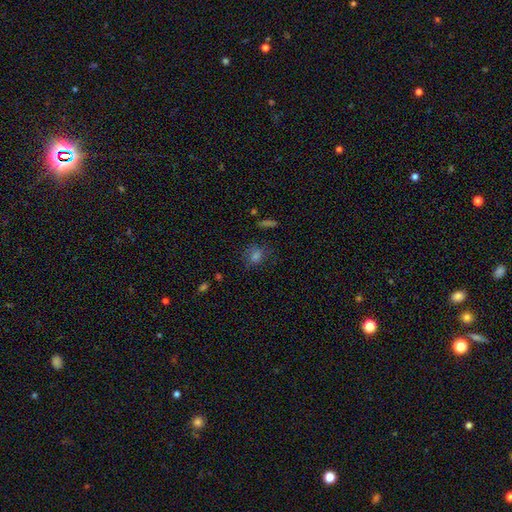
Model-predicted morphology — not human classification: Smooth or featured: smooth — 54% (star or artifact — 29%)
How rounded: round — 60% (in between — 38%)
Merging: none — 70% (minor disturbance — 18%)